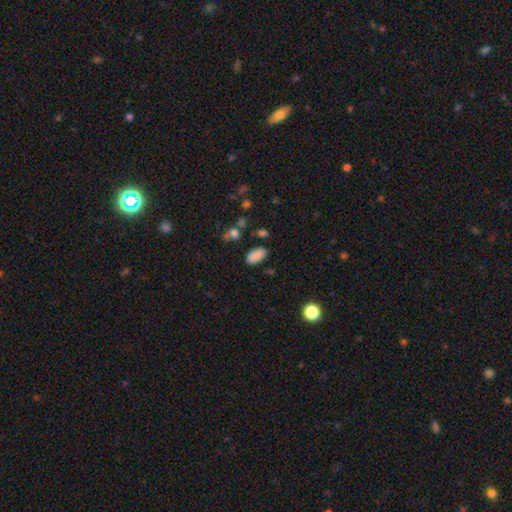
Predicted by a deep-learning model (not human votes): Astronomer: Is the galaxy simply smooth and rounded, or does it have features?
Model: smooth — 85%.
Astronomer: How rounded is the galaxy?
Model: in between — 93%.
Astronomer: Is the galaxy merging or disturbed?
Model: none — 79%.